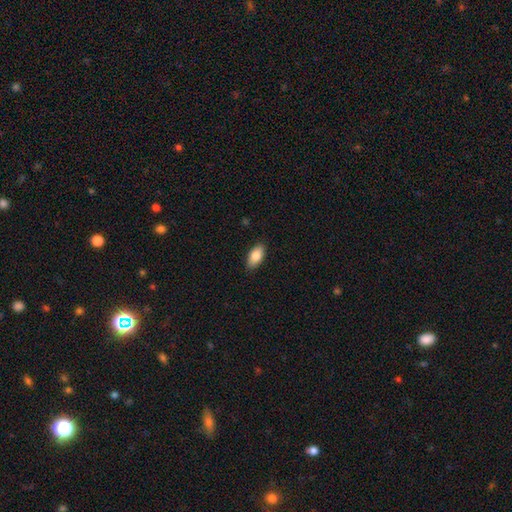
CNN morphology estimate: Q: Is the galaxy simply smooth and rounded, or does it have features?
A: smooth — 83%.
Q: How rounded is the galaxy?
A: in between — 91%.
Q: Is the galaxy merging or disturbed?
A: none — 88%.